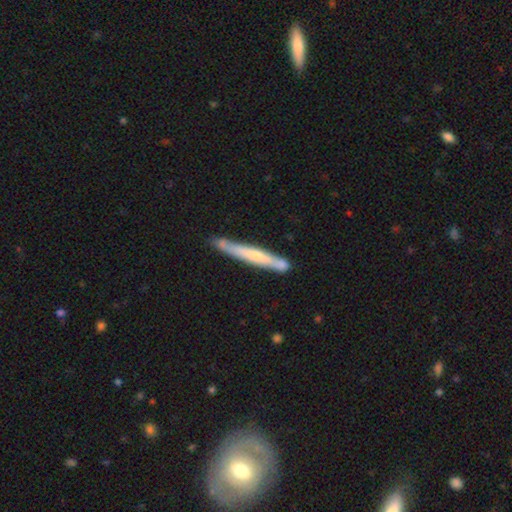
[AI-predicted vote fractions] Smooth or featured?
  - featured or disk: 50% *
  - smooth: 45%
  - star or artifact: 5%
Merging?
  - none: 70% *
  - minor disturbance: 18%
  - merger: 10%
  - major disturbance: 3%